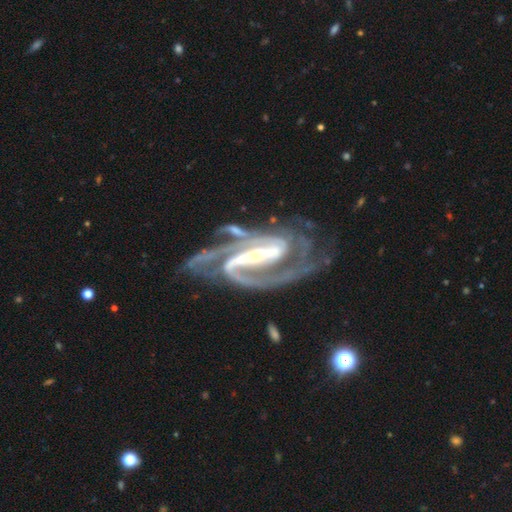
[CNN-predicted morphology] Q: Smooth or featured?
A: featured or disk (93%); runner-up: star or artifact (4%)
Q: Edge-on disk?
A: no (96%); runner-up: yes (4%)
Q: Bar?
A: strong (78%); runner-up: weak (15%)
Q: Spiral arms?
A: yes (98%); runner-up: no (2%)
Q: Spiral winding?
A: medium (49%); runner-up: tight (41%)
Q: Spiral arm count?
A: 2 (75%); runner-up: 3 (11%)
Q: Bulge size?
A: small (64%); runner-up: moderate (28%)
Q: Merging?
A: none (60%); runner-up: minor disturbance (19%)